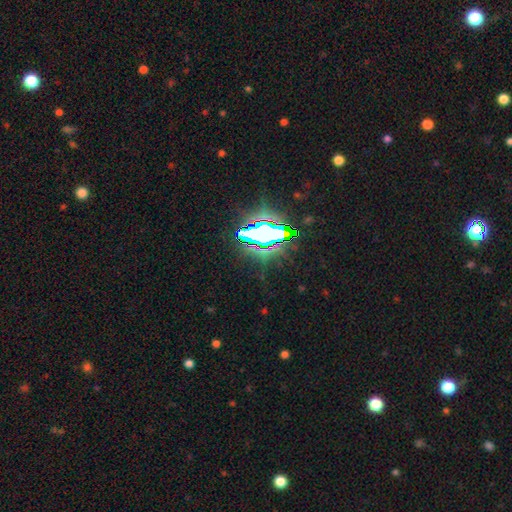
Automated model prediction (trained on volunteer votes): Q: Smooth or featured?
A: star or artifact (83%); runner-up: smooth (9%)